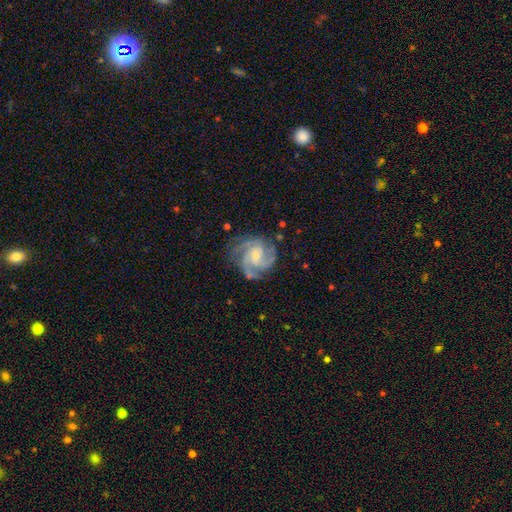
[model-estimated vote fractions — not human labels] smooth-or-featured: featured or disk: 89% | smooth: 6% | star or artifact: 5%
  disk-edge-on: no: 98% | yes: 2%
    bar: no: 63% | weak: 31% | strong: 6%
    has-spiral-arms: yes: 98% | no: 2%
      spiral-winding: tight: 49% | medium: 44% | loose: 7%
      spiral-arm-count: 3: 46% | 4: 25% | 2: 10% | can't tell: 10% | more than 4: 5% | 1: 5%
    bulge-size: small: 64% | moderate: 31% | none: 3% | large: 2% | dominant: 1%
  merging: none: 74% | minor disturbance: 18% | major disturbance: 7% | merger: 1%